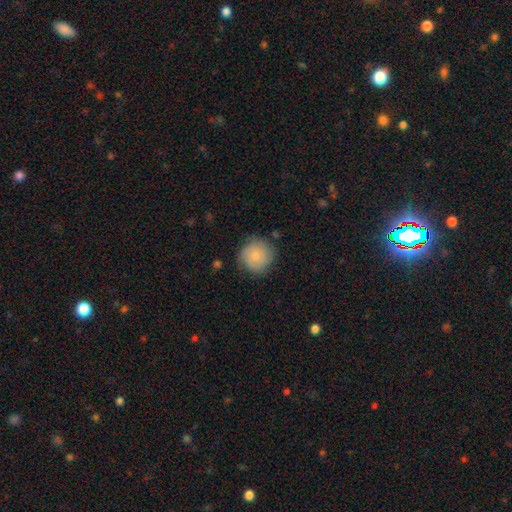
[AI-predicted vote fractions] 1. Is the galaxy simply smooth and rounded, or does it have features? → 73% smooth, 21% featured or disk, 7% star or artifact.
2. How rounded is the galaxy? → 93% round, 6% in between, 1% cigar-shaped.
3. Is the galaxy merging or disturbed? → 74% none, 19% minor disturbance, 5% major disturbance, 2% merger.